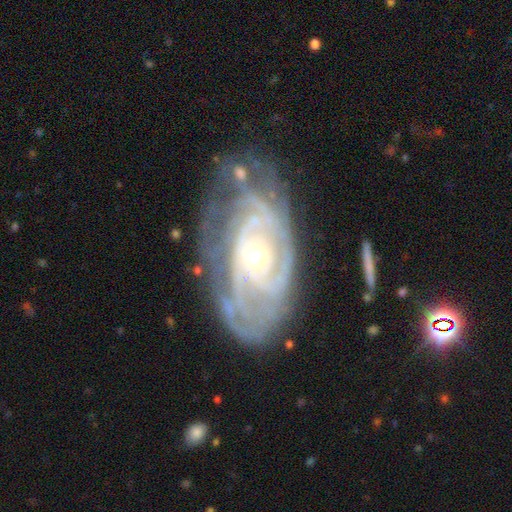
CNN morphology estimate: A featured or disk galaxy (87%) with no bar (69%), tight (74%) spiral arms (94%) and a small central bulge (61%). Merging: none (62%).